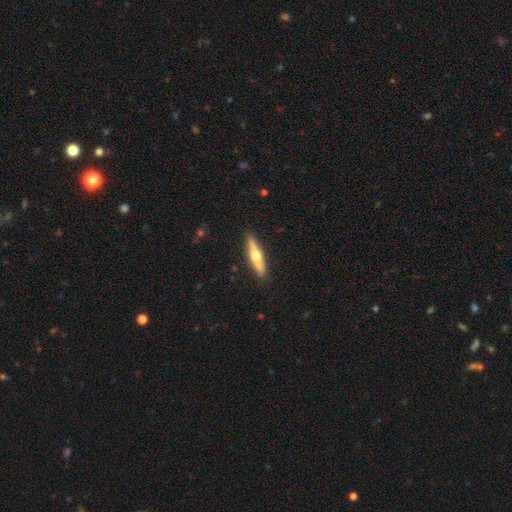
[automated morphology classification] Q: Smooth or featured?
A: featured or disk (54%); runner-up: smooth (41%)
Q: Edge-on disk?
A: yes (93%); runner-up: no (7%)
Q: Merging?
A: none (89%); runner-up: minor disturbance (8%)